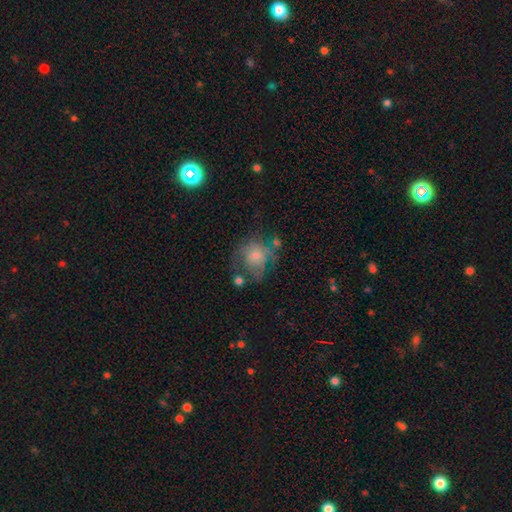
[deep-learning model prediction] Smooth or featured: smooth — 51% (featured or disk — 36%)
How rounded: round — 79% (in between — 20%)
Merging: none — 48% (minor disturbance — 24%)